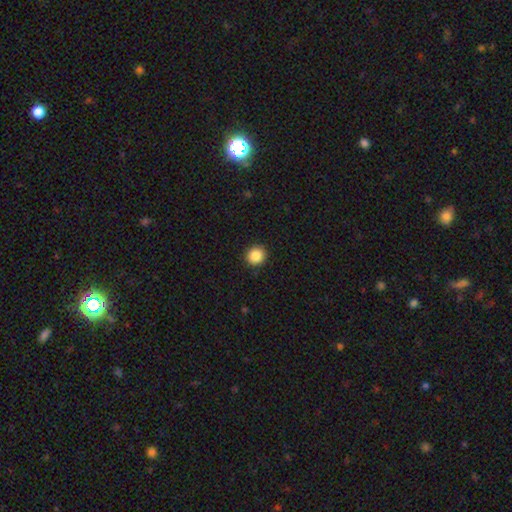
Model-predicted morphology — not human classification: This is clearly a smooth galaxy (87%). How rounded: clearly round (91%). Merging: clearly none (92%).